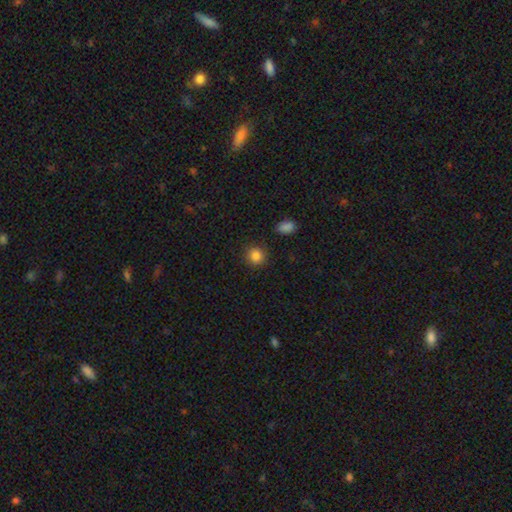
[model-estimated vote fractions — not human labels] Smooth or featured? smooth (86%)
How rounded? round (87%)
Merging? none (88%)